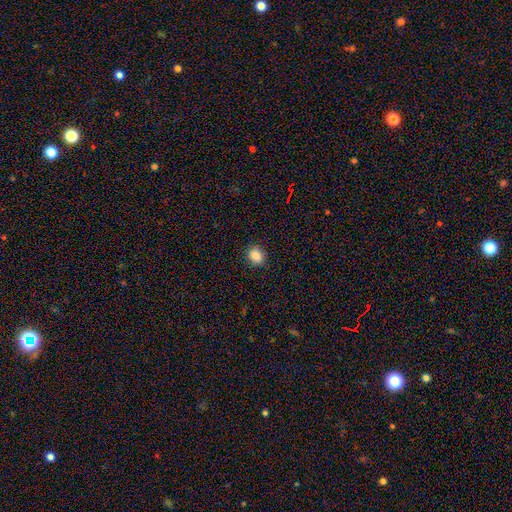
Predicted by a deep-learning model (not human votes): Morphology: type=smooth (86%); roundness=round (56%); merging=none (87%).